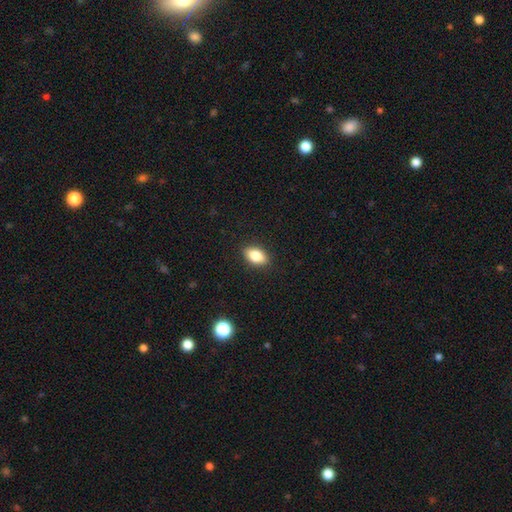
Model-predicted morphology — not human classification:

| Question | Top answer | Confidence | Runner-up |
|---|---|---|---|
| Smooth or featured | smooth | 83% | featured or disk (9%) |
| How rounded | in between | 88% | round (8%) |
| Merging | none | 89% | minor disturbance (8%) |